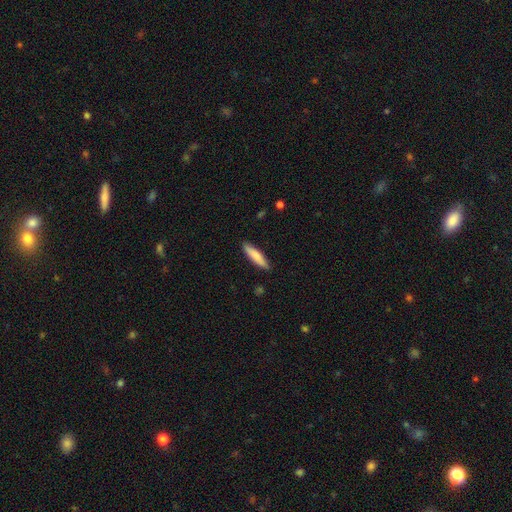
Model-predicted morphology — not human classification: The model was most divided on "smooth or featured": smooth: 79%, featured or disk: 15%, star or artifact: 5%. More confident: merging — none (89%); how rounded — cigar-shaped (83%).